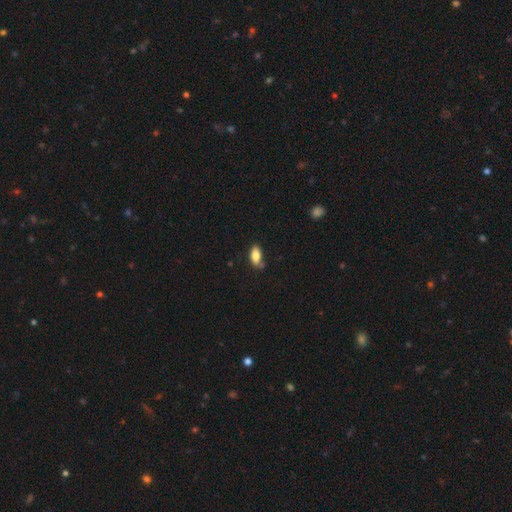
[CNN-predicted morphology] Smooth or featured: smooth — 80% (featured or disk — 13%)
How rounded: in between — 88% (cigar-shaped — 8%)
Merging: none — 60% (minor disturbance — 27%)